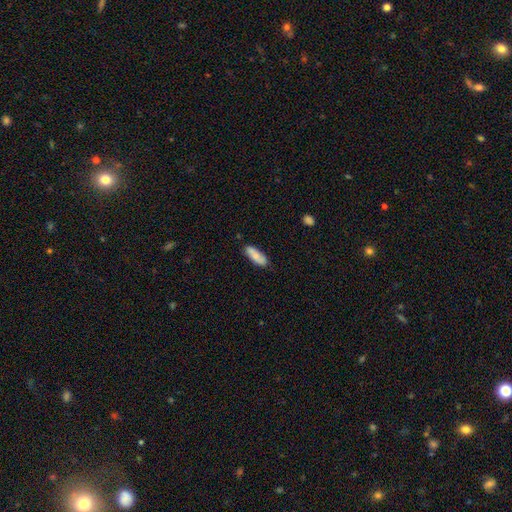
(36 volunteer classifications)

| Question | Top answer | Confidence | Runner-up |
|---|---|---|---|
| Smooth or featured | smooth | 75% | featured or disk (22%) |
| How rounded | in between | 59% | cigar-shaped (37%) |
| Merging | none | 74% | minor disturbance (23%) |